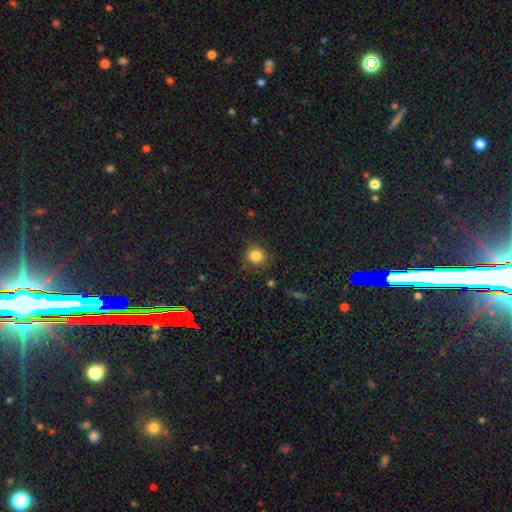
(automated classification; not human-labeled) Smooth or featured: smooth — 83% (star or artifact — 12%)
How rounded: round — 89% (in between — 10%)
Merging: none — 82% (minor disturbance — 13%)